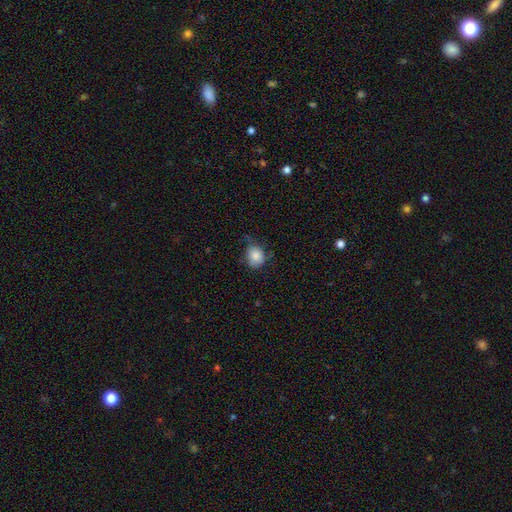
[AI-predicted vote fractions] smooth 83%, star or artifact 9%, featured or disk 8%. Down the decision tree: how rounded — round (53%); merging — none (53%).